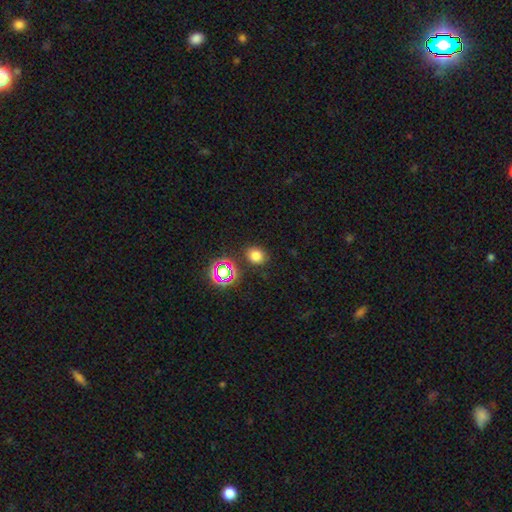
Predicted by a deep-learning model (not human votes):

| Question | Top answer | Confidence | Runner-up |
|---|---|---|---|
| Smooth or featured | smooth | 73% | star or artifact (21%) |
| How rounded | round | 66% | in between (33%) |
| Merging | none | 85% | minor disturbance (9%) |